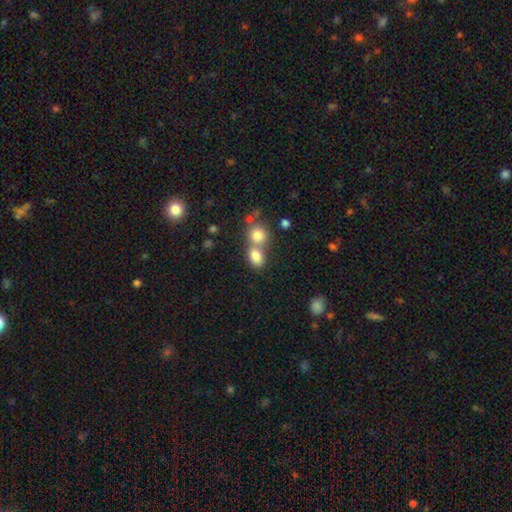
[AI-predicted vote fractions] Smooth or featured? Predicted: smooth (p=0.81). How rounded? Predicted: in between (p=0.62). Merging? Predicted: merger (p=0.51).